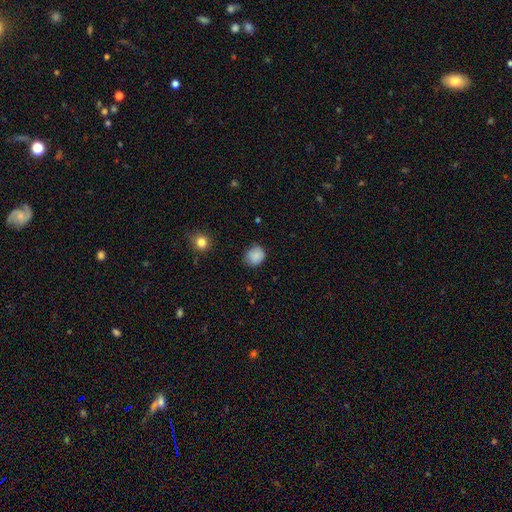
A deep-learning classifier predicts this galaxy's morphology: The model was most divided on "how rounded": round: 77%, in between: 22%, cigar-shaped: 1%. More confident: smooth or featured — smooth (86%); merging — none (77%).